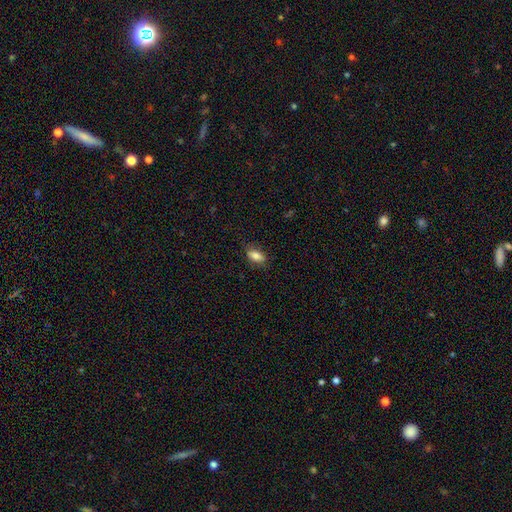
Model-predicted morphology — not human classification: Smooth or featured? Predicted: smooth (p=0.80). How rounded? Predicted: in between (p=0.88). Merging? Predicted: none (p=0.80).